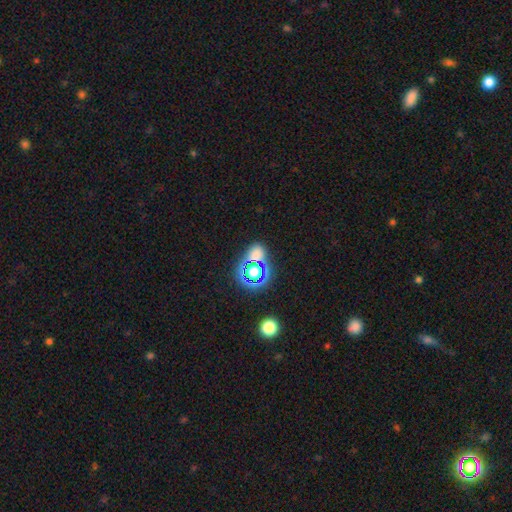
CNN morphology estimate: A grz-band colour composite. It shows a smooth galaxy with no disk features (47%). Merging: none (68%).